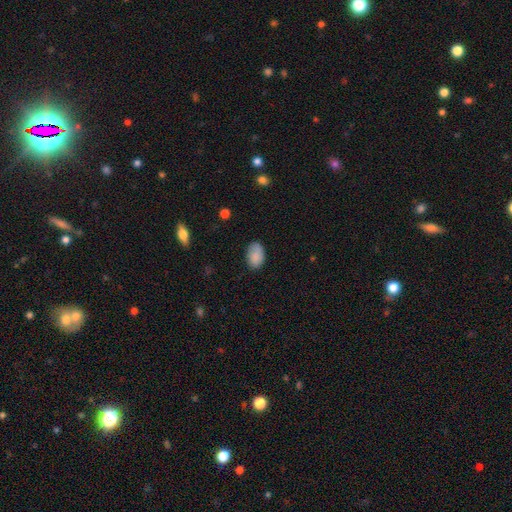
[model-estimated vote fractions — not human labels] Smooth or featured: smooth — 86% (star or artifact — 7%)
How rounded: in between — 91% (round — 8%)
Merging: none — 75% (minor disturbance — 19%)